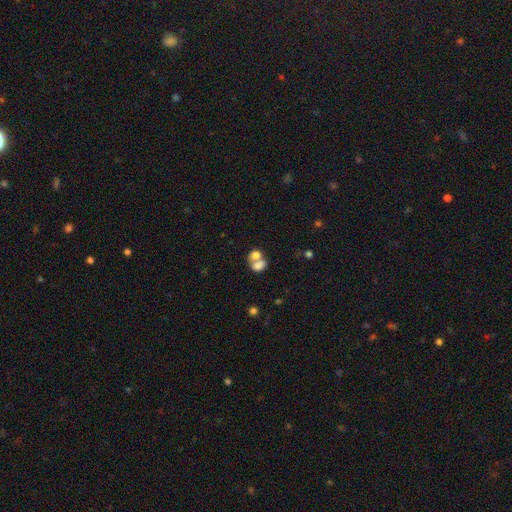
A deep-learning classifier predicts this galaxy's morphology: This appears to be a smooth galaxy with no disk features (73%) that is in between round and cigar-shaped (64%). Merging: merger (70%).